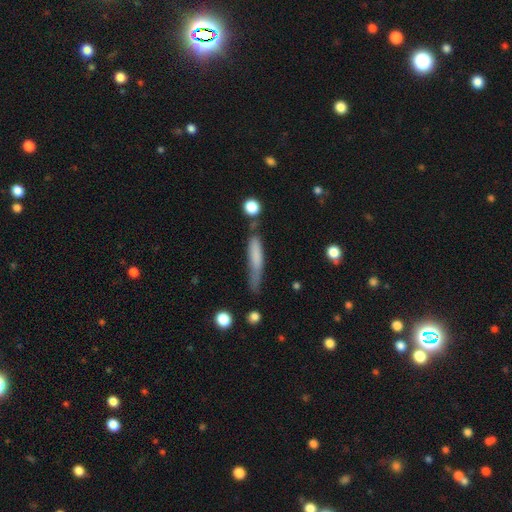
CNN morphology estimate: A smooth galaxy with no disk features (69%) that is cigar-shaped (88%). Merging: none (52%).